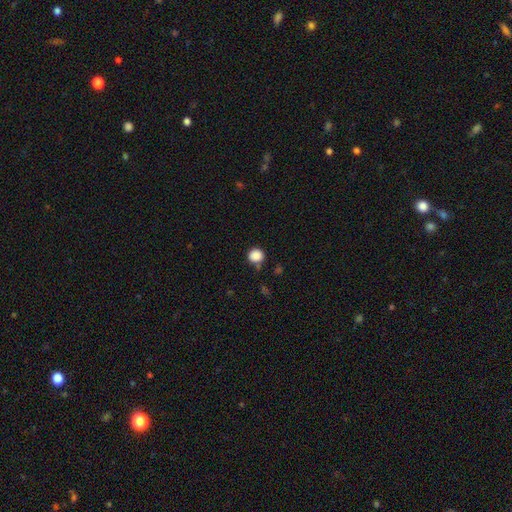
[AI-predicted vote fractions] Smooth or featured? Predicted: smooth (p=0.87). How rounded? Predicted: round (p=0.89). Merging? Predicted: none (p=0.79).